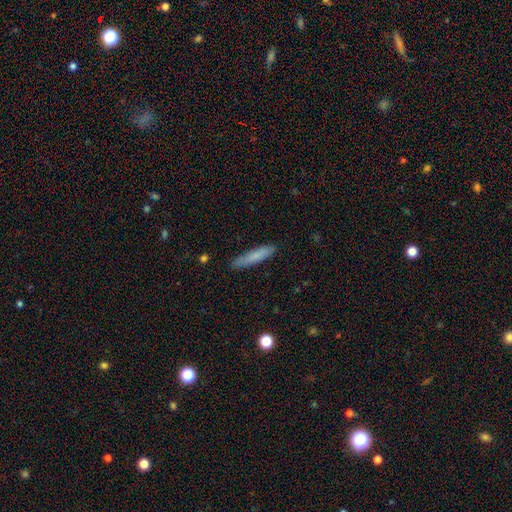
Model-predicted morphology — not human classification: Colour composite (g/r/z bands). It shows a smooth galaxy with no disk features (78%) that is cigar-shaped (89%). Merging: none (87%).